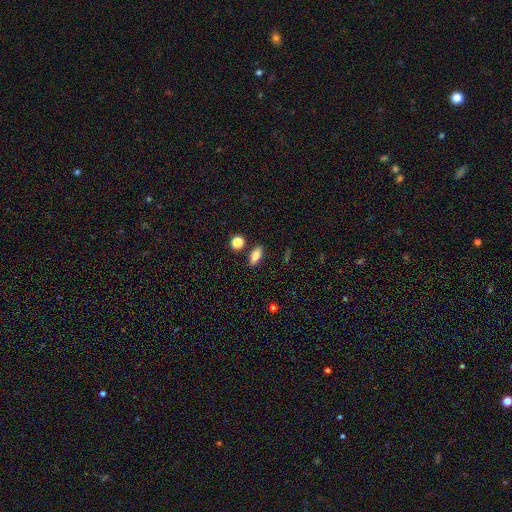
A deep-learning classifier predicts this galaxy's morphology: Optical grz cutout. It shows a smooth galaxy with no disk features (80%) that is in between round and cigar-shaped (81%). Merging: none (83%).